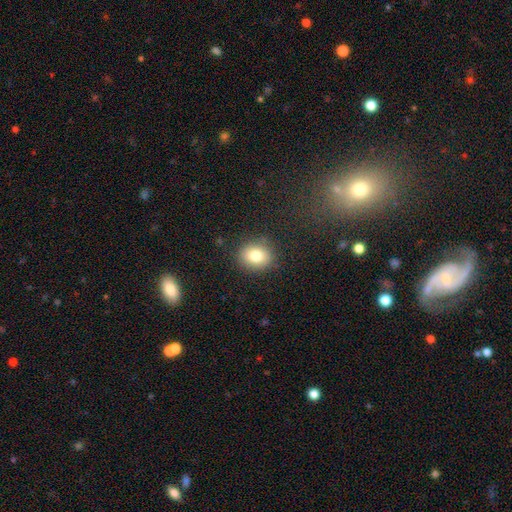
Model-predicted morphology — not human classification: smooth_or_featured: smooth (p=0.79) [alt: star or artifact p=0.11]
how_rounded: round (p=0.71) [alt: in between p=0.28]
merging: none (p=0.86) [alt: minor disturbance p=0.09]